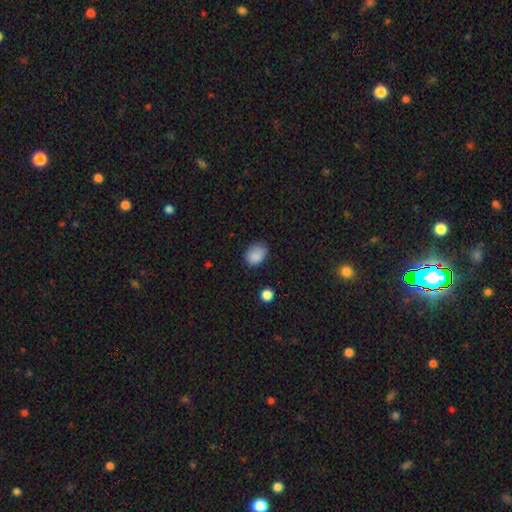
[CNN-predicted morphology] This appears to be a smooth galaxy with no disk features (86%) that is in between round and cigar-shaped (67%). Merging: none (69%).